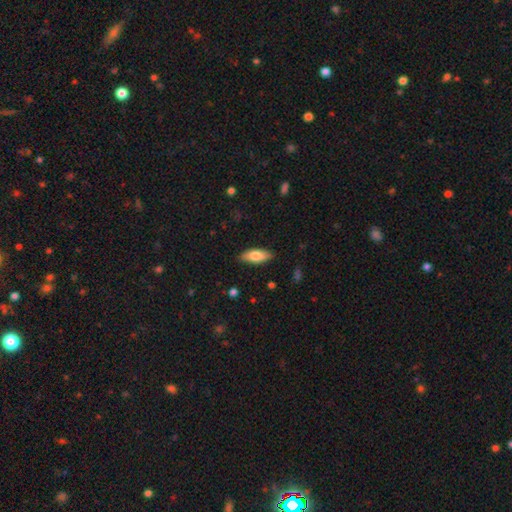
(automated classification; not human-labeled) The model was most divided on "how rounded": in between: 74%, cigar-shaped: 24%, round: 2%. More confident: merging — none (86%); smooth or featured — smooth (77%).